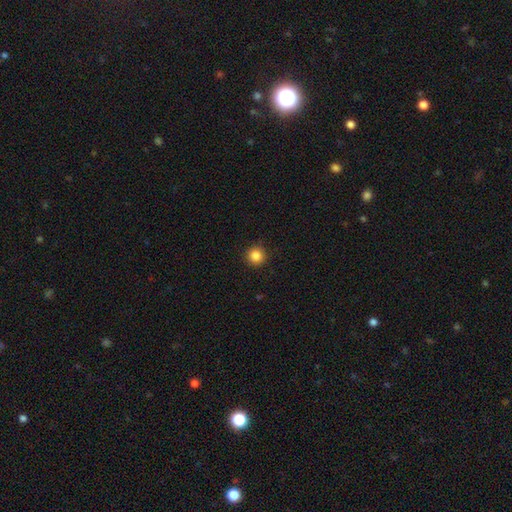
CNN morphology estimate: The model was most divided on "smooth or featured": smooth: 85%, star or artifact: 11%, featured or disk: 4%. More confident: how rounded — round (96%); merging — none (92%).